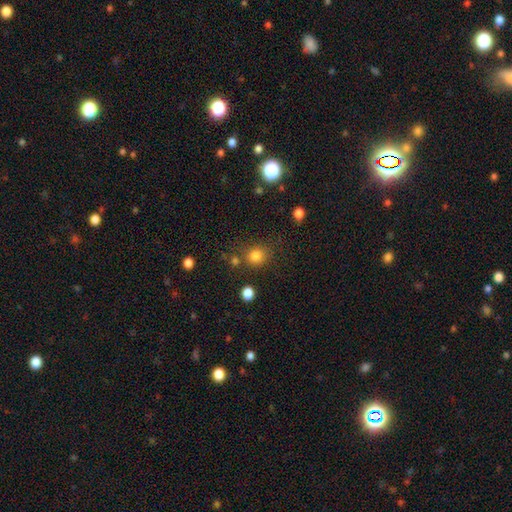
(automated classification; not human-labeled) Q: Smooth or featured?
A: smooth (80%); runner-up: star or artifact (14%)
Q: How rounded?
A: round (84%); runner-up: in between (15%)
Q: Merging?
A: none (76%); runner-up: minor disturbance (11%)